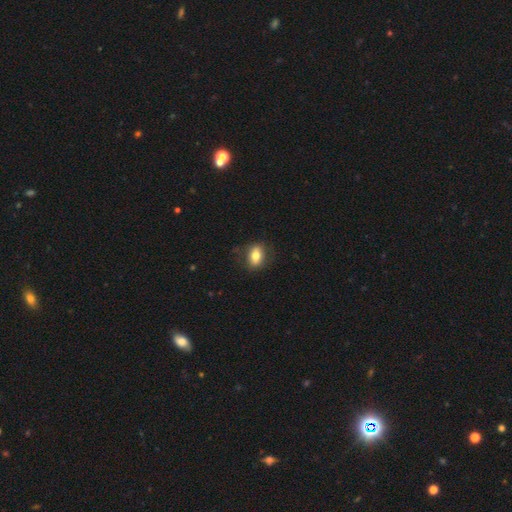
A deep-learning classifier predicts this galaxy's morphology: type=smooth (73%); roundness=in between (76%); merging=none (79%).